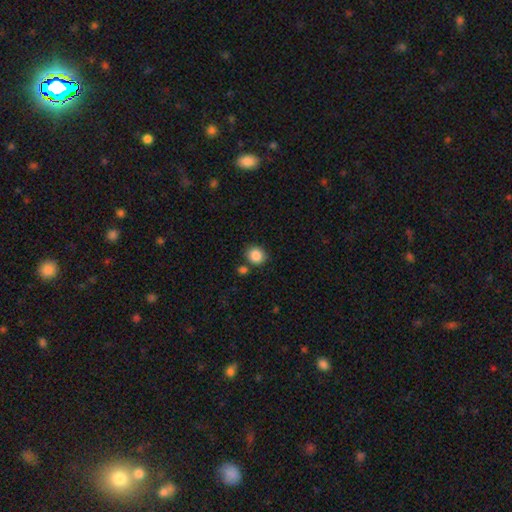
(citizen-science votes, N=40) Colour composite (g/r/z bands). It shows a smooth galaxy with no disk features (85%) that is round (88%). Merging: none (81%).